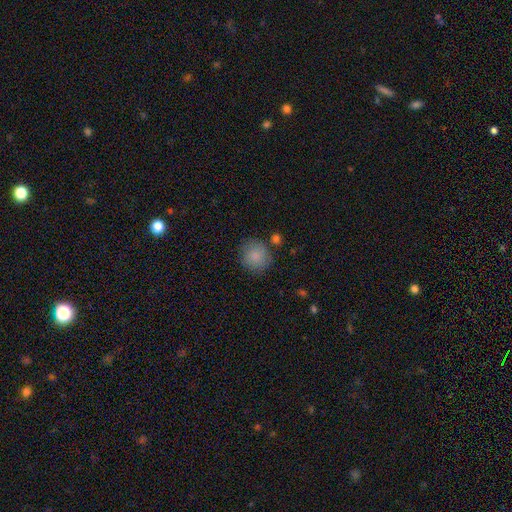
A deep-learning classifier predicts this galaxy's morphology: Q: Smooth or featured?
A: smooth (86%); runner-up: star or artifact (7%)
Q: How rounded?
A: round (90%); runner-up: in between (9%)
Q: Merging?
A: none (77%); runner-up: minor disturbance (13%)